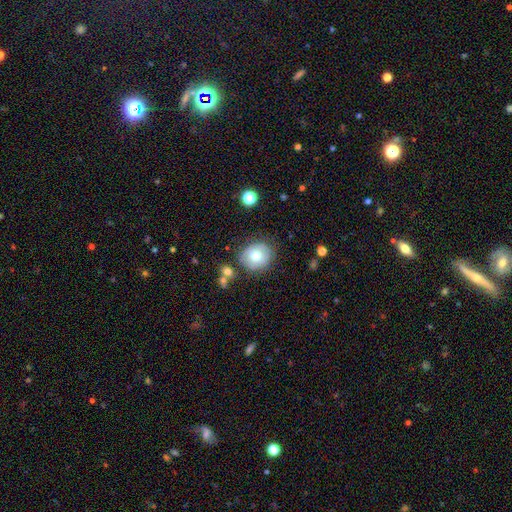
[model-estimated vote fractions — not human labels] smooth-or-featured: smooth: 70% | featured or disk: 21% | star or artifact: 10%
  how-rounded: round: 78% | in between: 21% | cigar-shaped: 1%
  merging: none: 78% | minor disturbance: 13% | merger: 5% | major disturbance: 4%